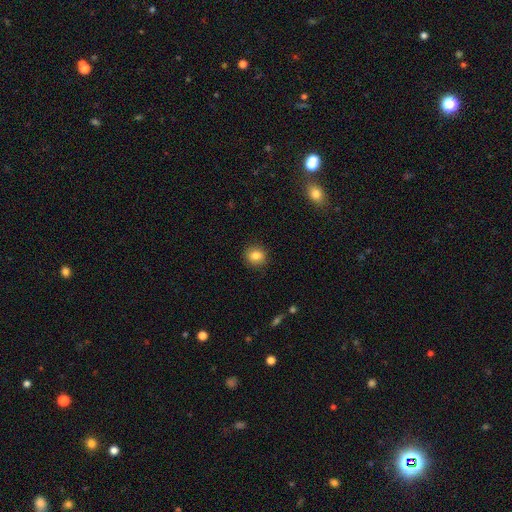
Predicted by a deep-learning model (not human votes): A smooth galaxy with no disk features (83%) that is round (74%).

Vote fractions:
- Smooth or featured? smooth: 83% / star or artifact: 10% / featured or disk: 7%
- How rounded? round: 74% / in between: 24% / cigar-shaped: 1%
- Merging? none: 90% / minor disturbance: 7% / major disturbance: 2% / merger: 1%